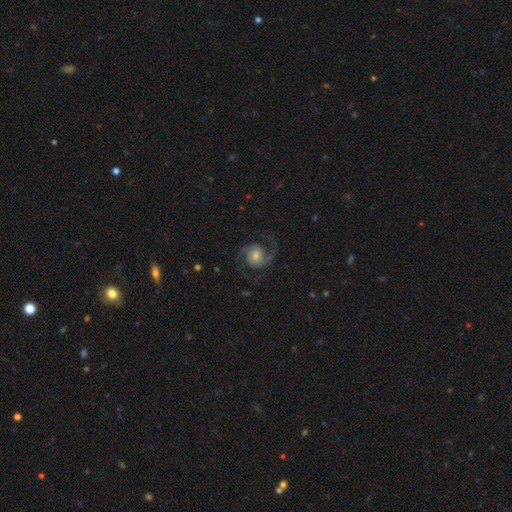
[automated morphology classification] smooth_or_featured: featured or disk (p=0.87) [alt: smooth p=0.07]
disk_edge_on: no (p=0.98) [alt: yes p=0.02]
bar: no (p=0.65) [alt: weak p=0.28]
has_spiral_arms: yes (p=0.98) [alt: no p=0.02]
spiral_winding: medium (p=0.56) [alt: loose p=0.29]
spiral_arm_count: 2 (p=0.94) [alt: can't tell p=0.02]
bulge_size: small (p=0.44) [alt: moderate p=0.38]
merging: none (p=0.79) [alt: minor disturbance p=0.12]